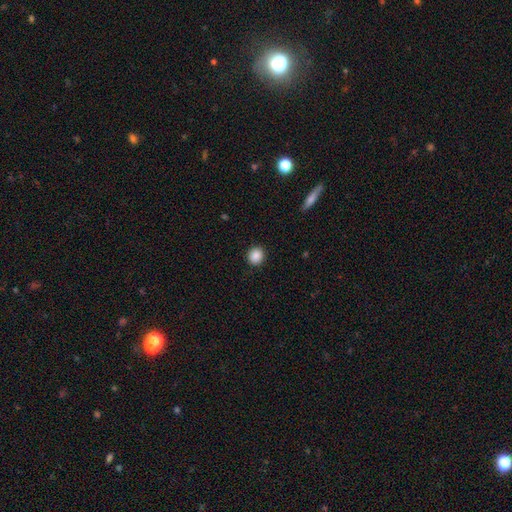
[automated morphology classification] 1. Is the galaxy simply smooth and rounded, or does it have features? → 88% smooth, 9% star or artifact, 3% featured or disk.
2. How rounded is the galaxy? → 86% round, 13% in between, 1% cigar-shaped.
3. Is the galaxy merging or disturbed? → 91% none, 6% minor disturbance, 2% major disturbance, 1% merger.